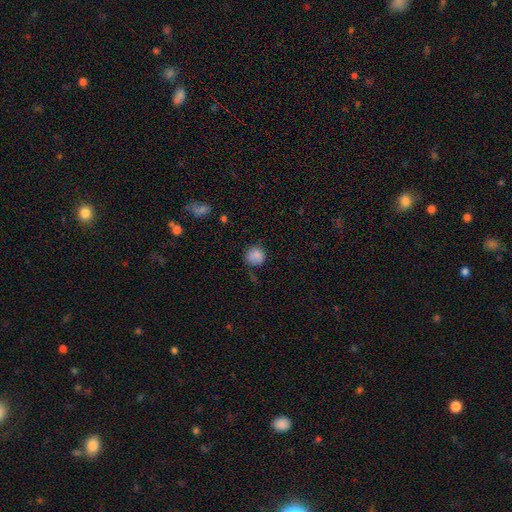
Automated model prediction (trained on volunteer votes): A smooth galaxy with no disk features (85%) that is round (86%).

Vote fractions:
- Smooth or featured? smooth: 85% / star or artifact: 9% / featured or disk: 6%
- How rounded? round: 86% / in between: 13% / cigar-shaped: 1%
- Merging? none: 70% / minor disturbance: 23% / major disturbance: 5% / merger: 3%